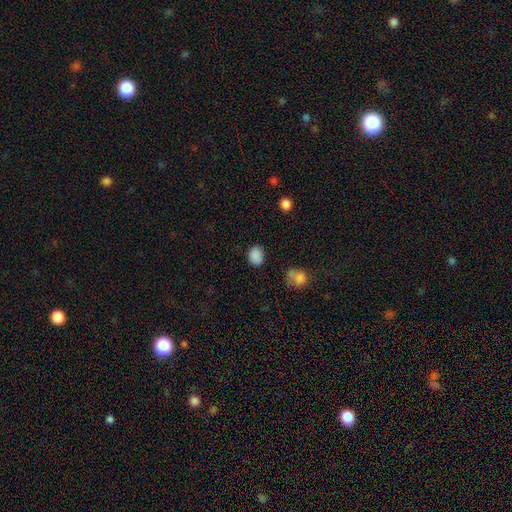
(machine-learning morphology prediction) This is clearly a smooth galaxy (85%). How rounded: possibly in between (55%). Merging: likely none (77%).